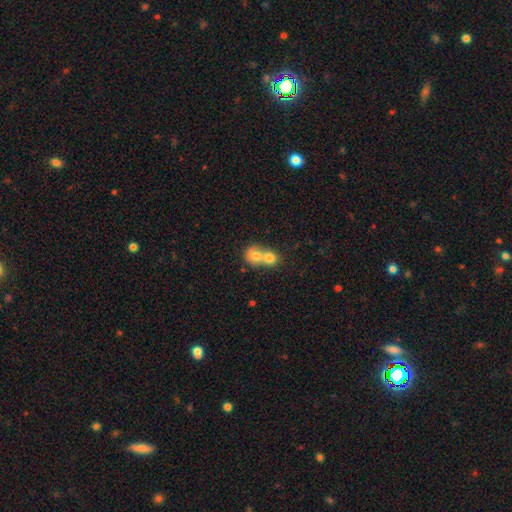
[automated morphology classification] type=smooth (73%); roundness=round (72%); merging=merger (75%).